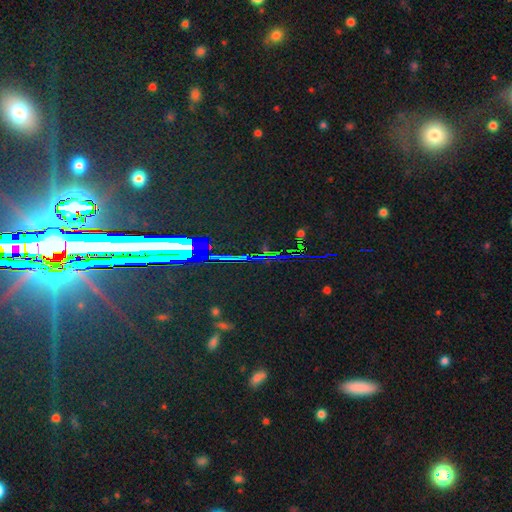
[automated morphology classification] A star or artifact, not a galaxy (79%).

Vote fractions:
- Smooth or featured? star or artifact: 79% / featured or disk: 12% / smooth: 9%